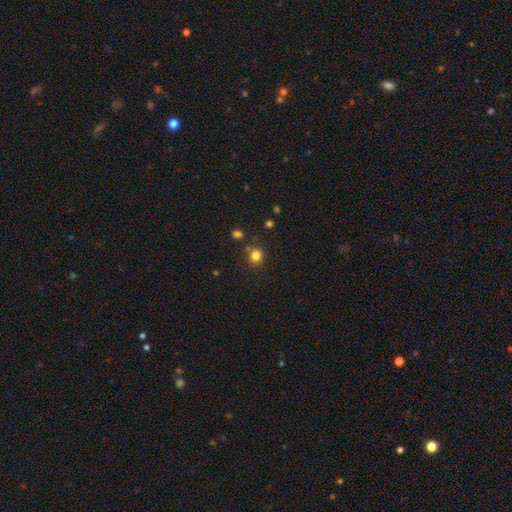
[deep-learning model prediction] The model was most divided on "smooth or featured": smooth: 82%, star or artifact: 14%, featured or disk: 5%. More confident: how rounded — round (86%); merging — none (82%).